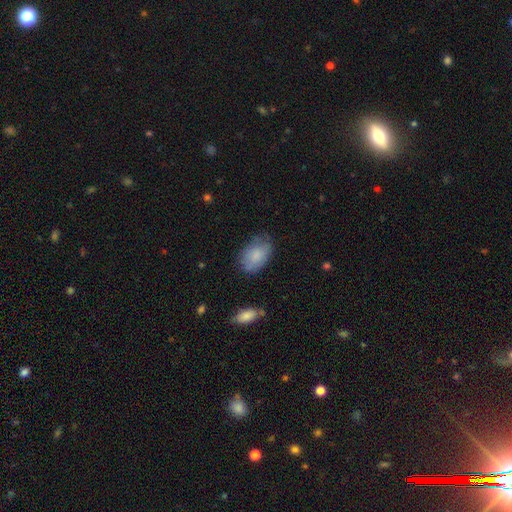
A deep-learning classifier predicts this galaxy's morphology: smooth-or-featured: smooth: 80% | featured or disk: 13% | star or artifact: 7%
  how-rounded: in between: 88% | round: 11% | cigar-shaped: 1%
  merging: none: 66% | minor disturbance: 25% | major disturbance: 7% | merger: 2%